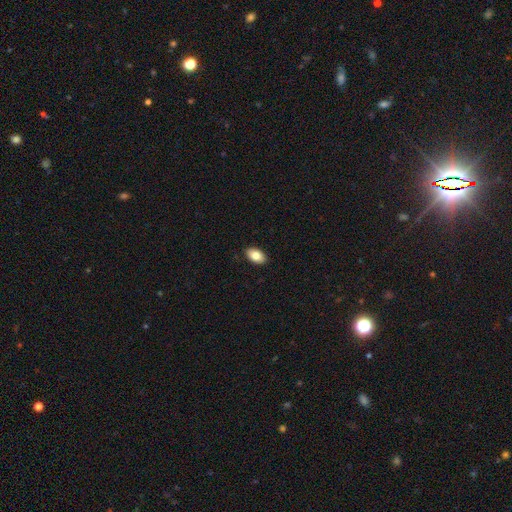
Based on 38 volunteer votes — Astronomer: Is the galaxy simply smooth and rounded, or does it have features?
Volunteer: smooth — 71%.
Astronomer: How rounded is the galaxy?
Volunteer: in between — 96%.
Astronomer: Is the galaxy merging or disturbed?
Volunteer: none — 81%.